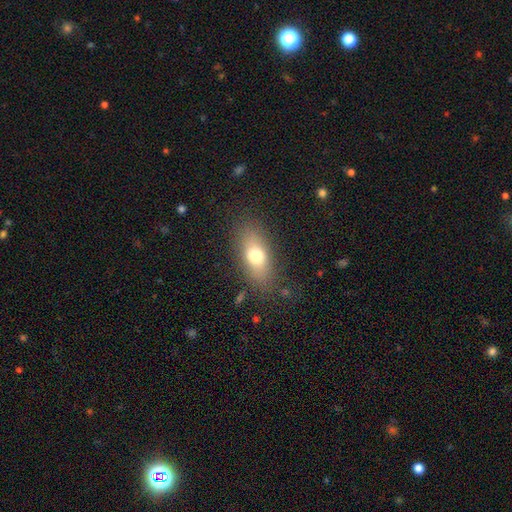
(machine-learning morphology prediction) Smooth or featured?
  - smooth: 72% *
  - featured or disk: 19%
  - star or artifact: 10%
How rounded?
  - in between: 78% *
  - cigar-shaped: 14%
  - round: 8%
Merging?
  - none: 81% *
  - minor disturbance: 12%
  - major disturbance: 5%
  - merger: 2%